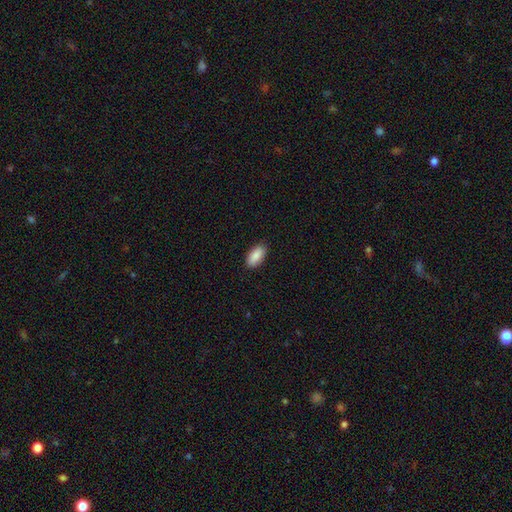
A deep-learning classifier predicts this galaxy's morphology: smooth_or_featured: smooth (p=0.89) [alt: star or artifact p=0.06]
how_rounded: in between (p=0.91) [alt: cigar-shaped p=0.07]
merging: none (p=0.88) [alt: minor disturbance p=0.09]